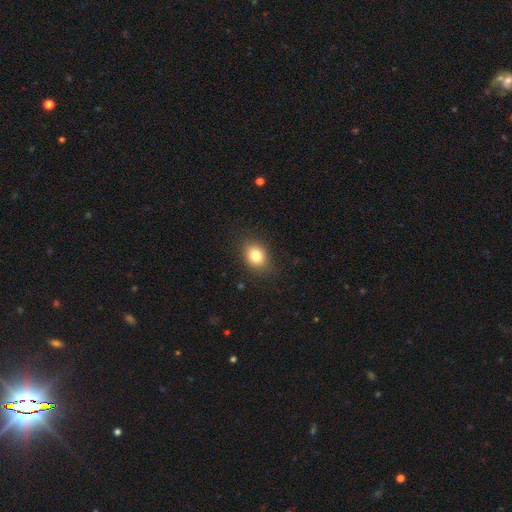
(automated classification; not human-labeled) Smooth or featured: smooth — 80% (star or artifact — 11%)
How rounded: in between — 53% (round — 45%)
Merging: none — 85% (minor disturbance — 11%)